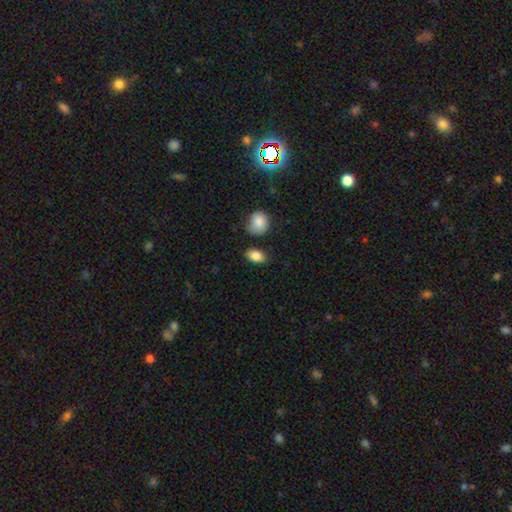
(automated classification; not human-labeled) smooth_or_featured: smooth (p=0.87) [alt: star or artifact p=0.08]
how_rounded: in between (p=0.86) [alt: round p=0.12]
merging: none (p=0.78) [alt: minor disturbance p=0.15]